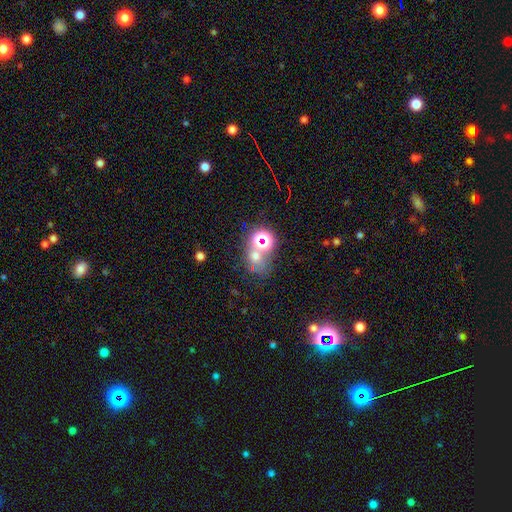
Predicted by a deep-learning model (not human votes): Smooth or featured? smooth (47%)
Merging? none (48%)